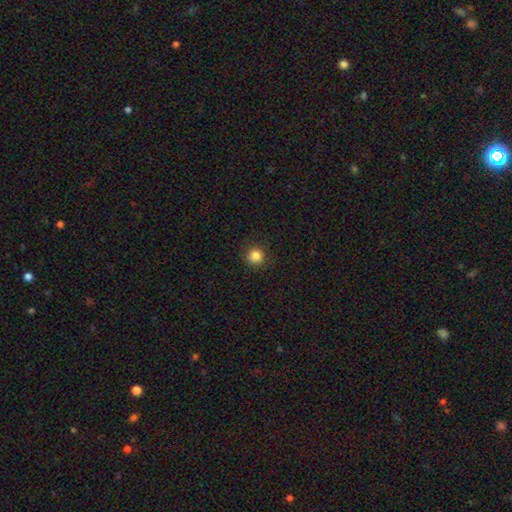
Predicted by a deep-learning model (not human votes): Overall: smooth (84%). How rounded: round (93%). Merging: none (90%).